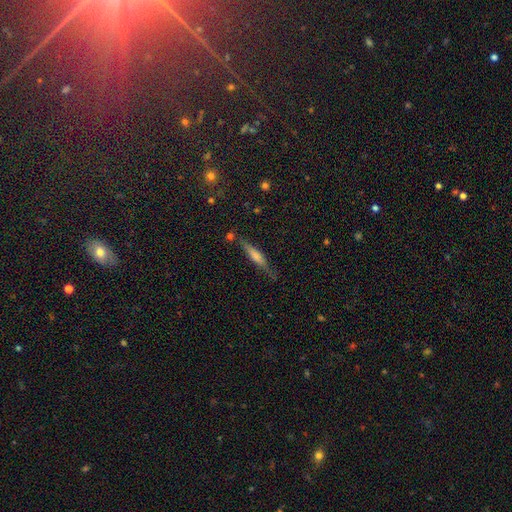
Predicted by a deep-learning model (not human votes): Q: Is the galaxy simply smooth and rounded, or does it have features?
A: featured or disk — 48%.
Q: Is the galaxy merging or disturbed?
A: none — 75%.